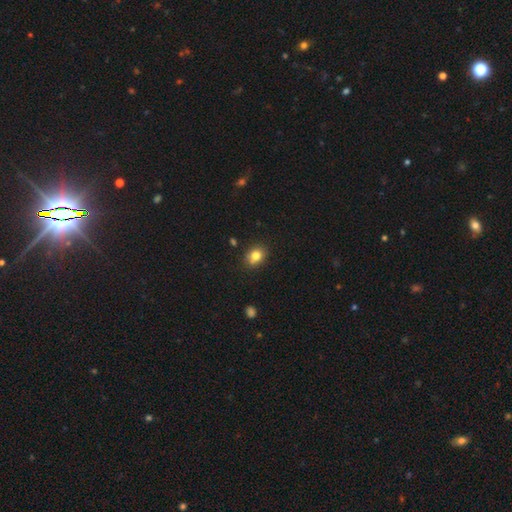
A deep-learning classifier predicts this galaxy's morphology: Smooth or featured? Predicted: smooth (p=0.80). How rounded? Predicted: in between (p=0.54). Merging? Predicted: none (p=0.79).